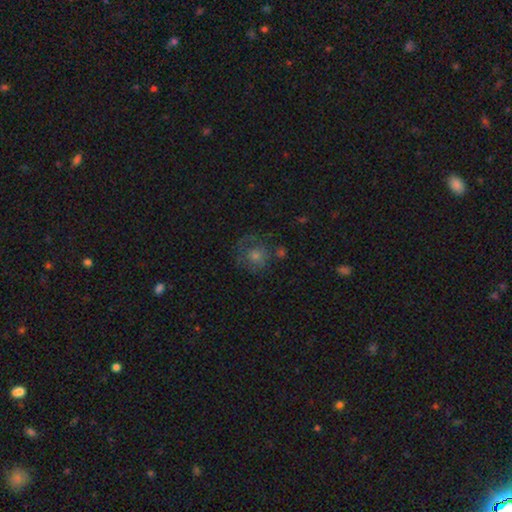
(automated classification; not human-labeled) Smooth or featured: smooth — 48% (featured or disk — 34%)
Merging: none — 62% (minor disturbance — 19%)